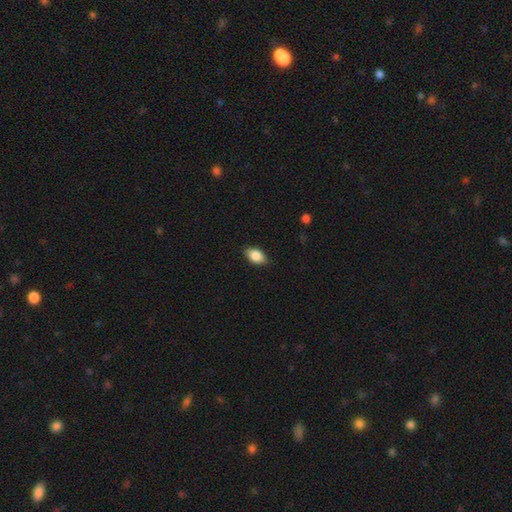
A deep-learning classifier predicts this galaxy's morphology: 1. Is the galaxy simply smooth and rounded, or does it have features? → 84% smooth, 9% featured or disk, 7% star or artifact.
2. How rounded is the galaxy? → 89% in between, 8% round, 3% cigar-shaped.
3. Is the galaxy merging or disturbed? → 85% none, 12% minor disturbance, 2% major disturbance, 1% merger.